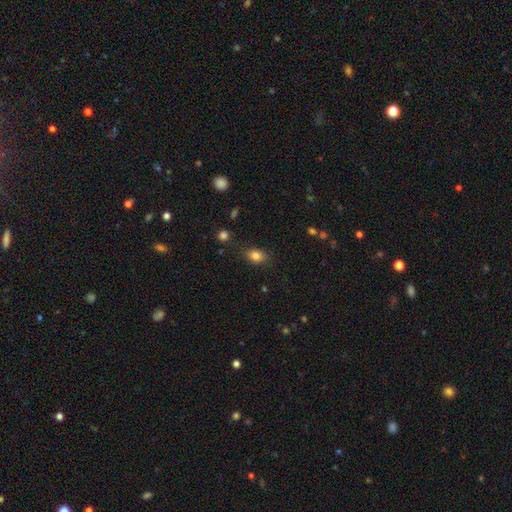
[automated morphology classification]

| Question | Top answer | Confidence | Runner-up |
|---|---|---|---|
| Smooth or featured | smooth | 83% | star or artifact (11%) |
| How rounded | in between | 71% | round (27%) |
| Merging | none | 80% | minor disturbance (14%) |